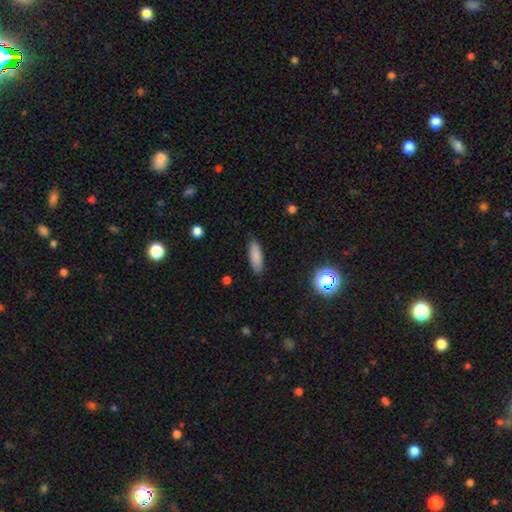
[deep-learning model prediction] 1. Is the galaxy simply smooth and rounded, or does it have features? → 84% smooth, 8% star or artifact, 8% featured or disk.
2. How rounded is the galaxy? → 55% in between, 43% cigar-shaped, 2% round.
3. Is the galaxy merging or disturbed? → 86% none, 10% minor disturbance, 2% major disturbance, 1% merger.